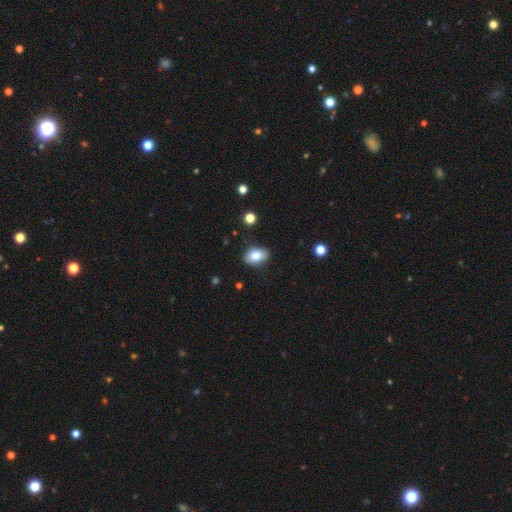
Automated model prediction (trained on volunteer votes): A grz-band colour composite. It shows a smooth galaxy with no disk features (79%) that is in between round and cigar-shaped (85%). Merging: none (81%).